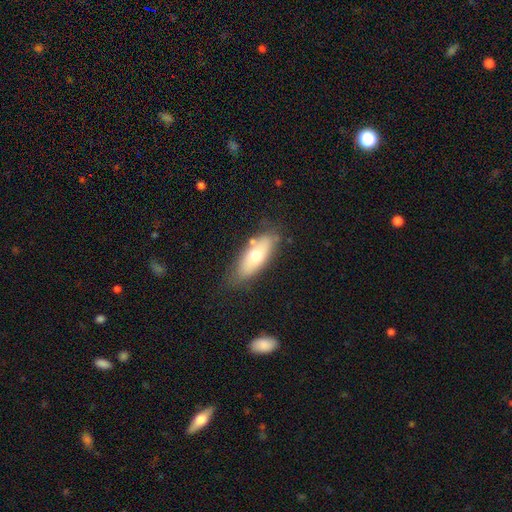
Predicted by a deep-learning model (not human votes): Smooth or featured? smooth (62%)
How rounded? in between (70%)
Merging? none (72%)